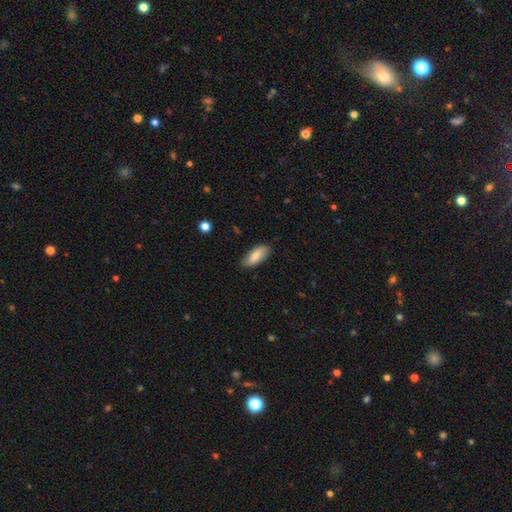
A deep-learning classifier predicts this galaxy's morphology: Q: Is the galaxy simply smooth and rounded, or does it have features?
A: smooth — 79%.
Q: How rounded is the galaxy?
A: in between — 85%.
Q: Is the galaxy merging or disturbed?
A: none — 82%.